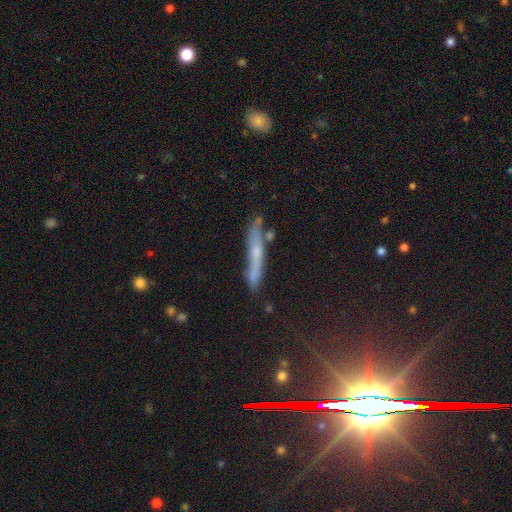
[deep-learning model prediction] Q: Smooth or featured?
A: featured or disk (50%); runner-up: smooth (35%)
Q: Edge-on disk?
A: yes (81%); runner-up: no (19%)
Q: Merging?
A: none (71%); runner-up: minor disturbance (20%)